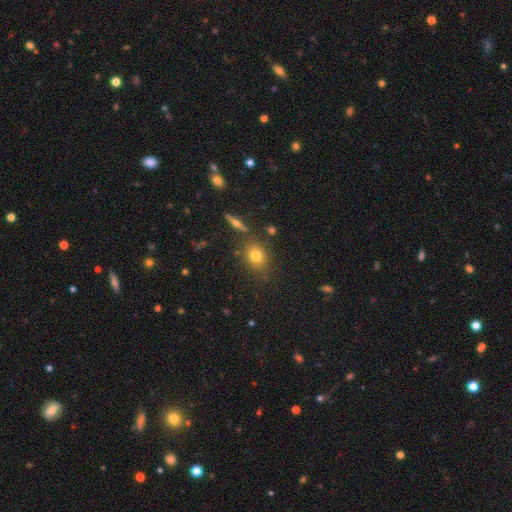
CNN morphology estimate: A smooth galaxy with no disk features (74%) that is in between round and cigar-shaped (52%). Merging: none (78%).